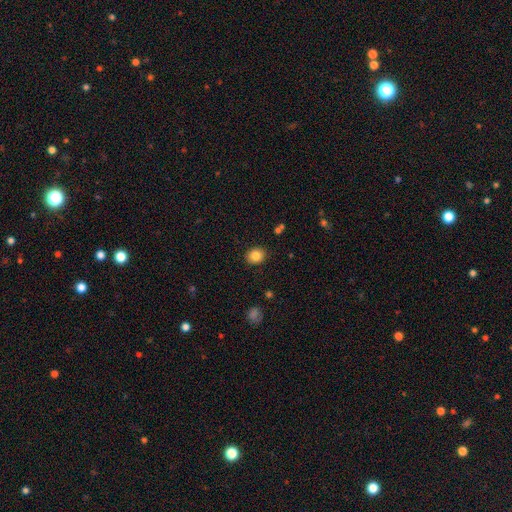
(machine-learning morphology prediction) Q: Smooth or featured?
A: smooth (84%); runner-up: star or artifact (10%)
Q: How rounded?
A: round (64%); runner-up: in between (35%)
Q: Merging?
A: none (88%); runner-up: minor disturbance (8%)